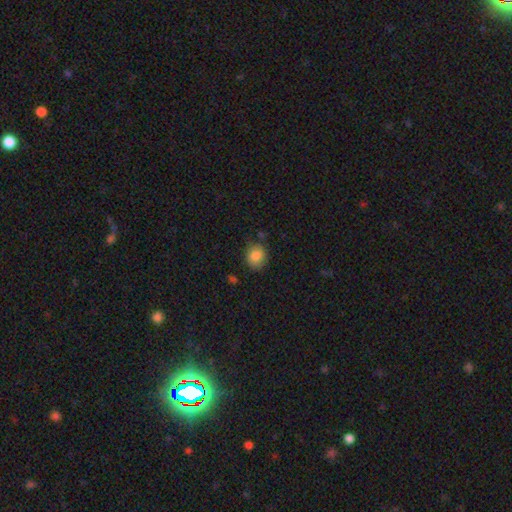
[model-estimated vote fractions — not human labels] This appears to be a smooth galaxy with no disk features (84%) that is round (70%). Merging: none (79%).